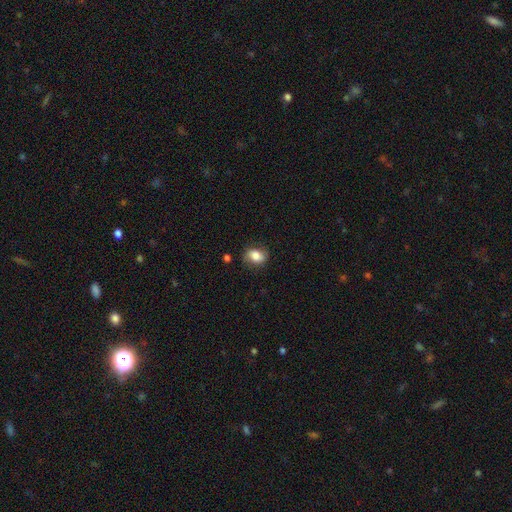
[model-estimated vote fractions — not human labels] This is likely a smooth galaxy (75%). How rounded: likely in between (69%). Merging: likely none (76%).